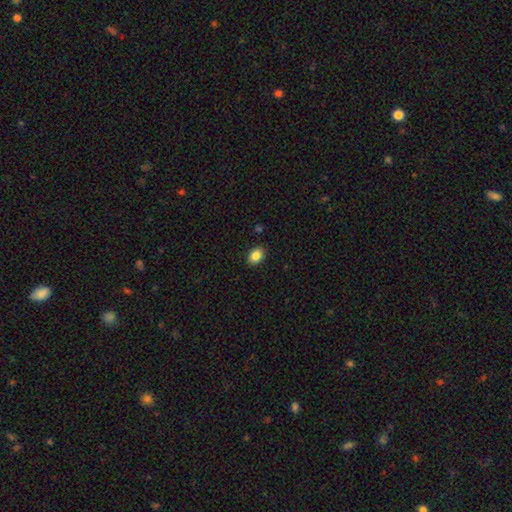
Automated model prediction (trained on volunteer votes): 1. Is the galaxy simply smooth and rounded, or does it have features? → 86% smooth, 9% star or artifact, 5% featured or disk.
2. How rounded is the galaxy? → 70% in between, 29% round, 1% cigar-shaped.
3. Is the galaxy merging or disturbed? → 89% none, 8% minor disturbance, 2% major disturbance, 1% merger.